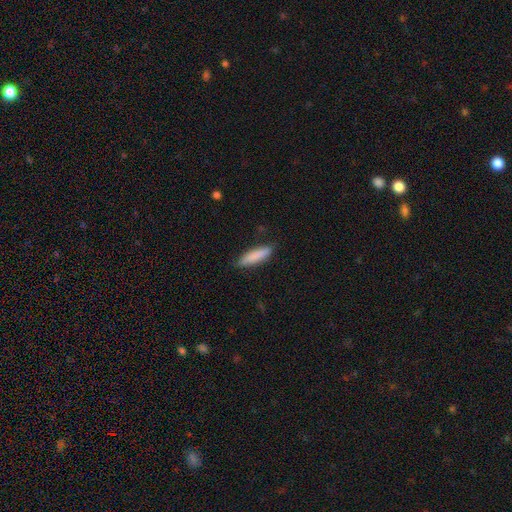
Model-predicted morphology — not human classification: Overall: smooth (85%). How rounded: cigar-shaped (74%). Merging: none (83%).